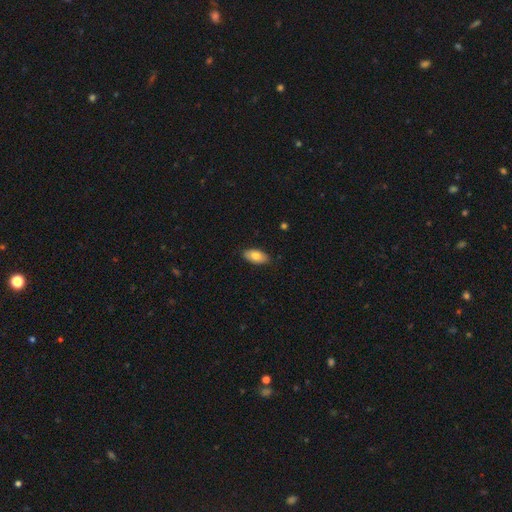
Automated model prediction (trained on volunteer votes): smooth-or-featured: smooth: 79% | featured or disk: 15% | star or artifact: 6%
  how-rounded: in between: 93% | cigar-shaped: 4% | round: 3%
  merging: none: 87% | minor disturbance: 10% | major disturbance: 2% | merger: 1%